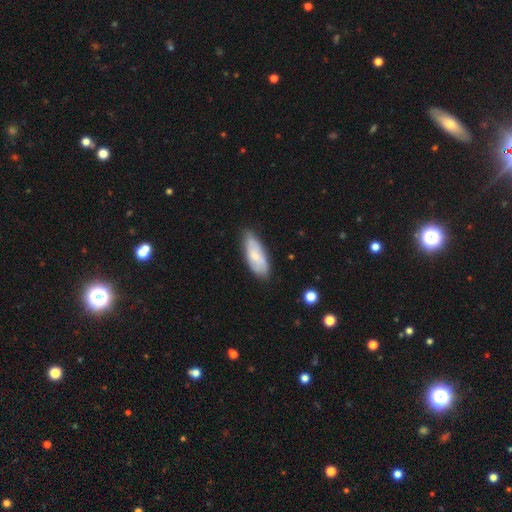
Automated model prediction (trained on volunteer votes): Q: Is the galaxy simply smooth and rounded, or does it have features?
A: smooth — 62%.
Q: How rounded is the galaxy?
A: in between — 75%.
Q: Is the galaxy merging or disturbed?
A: none — 73%.